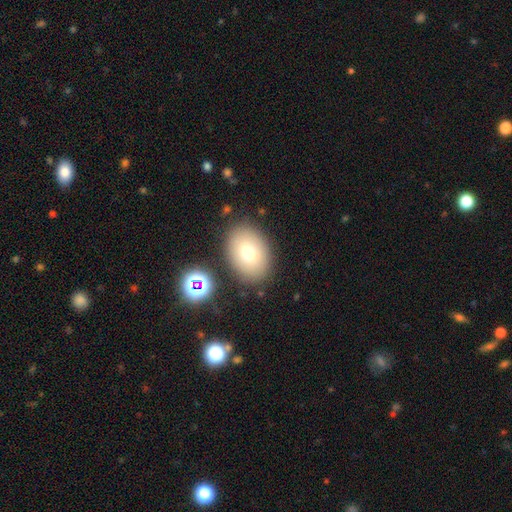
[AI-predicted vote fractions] smooth-or-featured: smooth: 71% | featured or disk: 18% | star or artifact: 11%
  how-rounded: in between: 74% | round: 25% | cigar-shaped: 1%
  merging: none: 79% | minor disturbance: 12% | merger: 5% | major disturbance: 4%